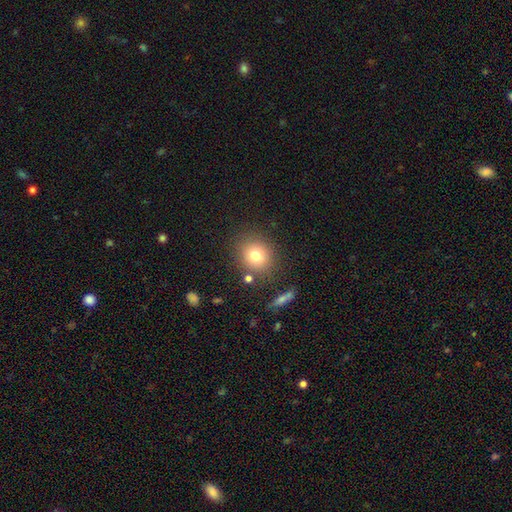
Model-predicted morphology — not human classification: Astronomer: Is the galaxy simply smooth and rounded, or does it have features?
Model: smooth — 77%.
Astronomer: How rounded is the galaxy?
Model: round — 83%.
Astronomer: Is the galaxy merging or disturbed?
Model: none — 81%.